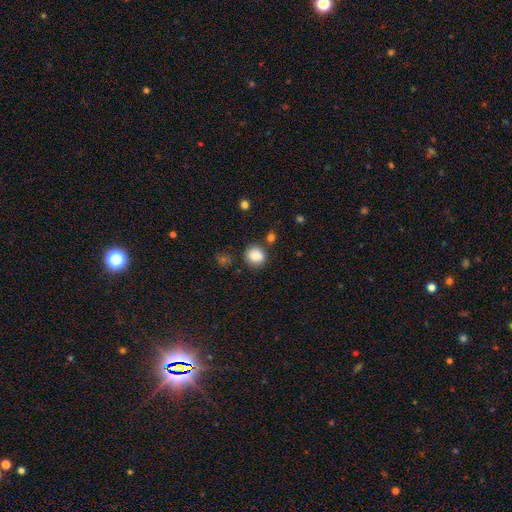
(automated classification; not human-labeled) smooth_or_featured: smooth (p=0.86) [alt: star or artifact p=0.09]
how_rounded: round (p=0.77) [alt: in between p=0.22]
merging: none (p=0.77) [alt: minor disturbance p=0.13]